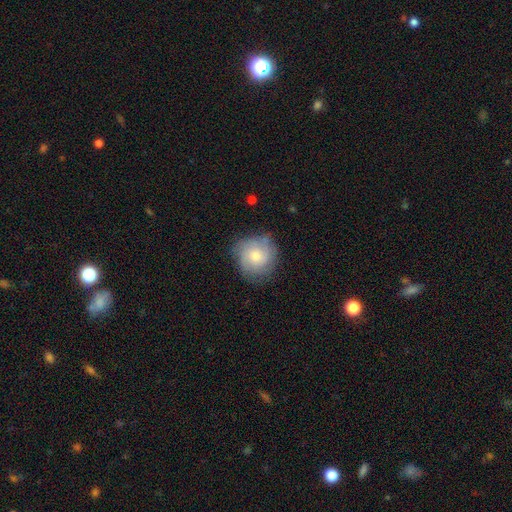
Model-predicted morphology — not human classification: Smooth or featured: smooth — 51% (featured or disk — 41%)
How rounded: round — 87% (in between — 12%)
Merging: none — 72% (minor disturbance — 20%)